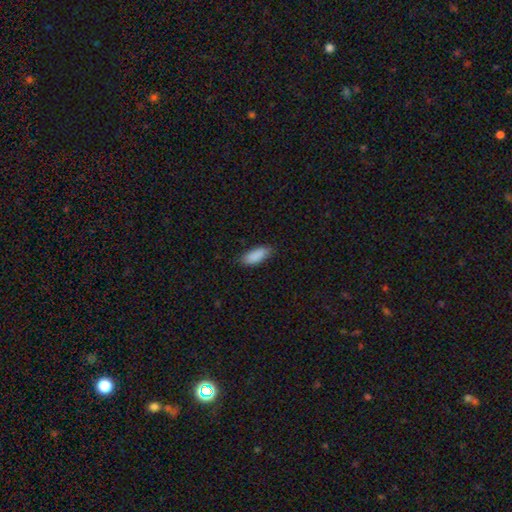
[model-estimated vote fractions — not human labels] A smooth galaxy with no disk features (90%) that is in between round and cigar-shaped (80%). Merging: none (82%).